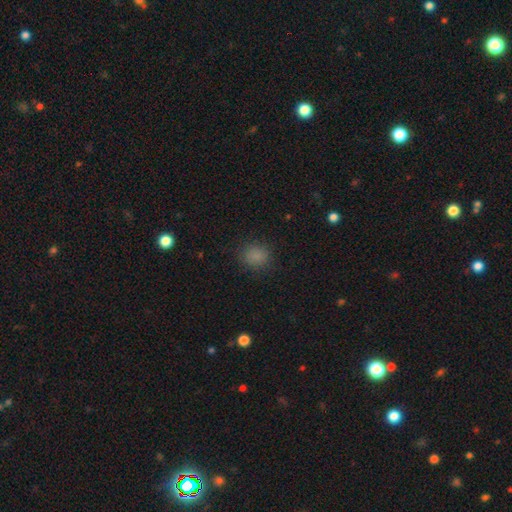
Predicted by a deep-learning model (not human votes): Smooth or featured? smooth (83%)
How rounded? round (76%)
Merging? none (86%)